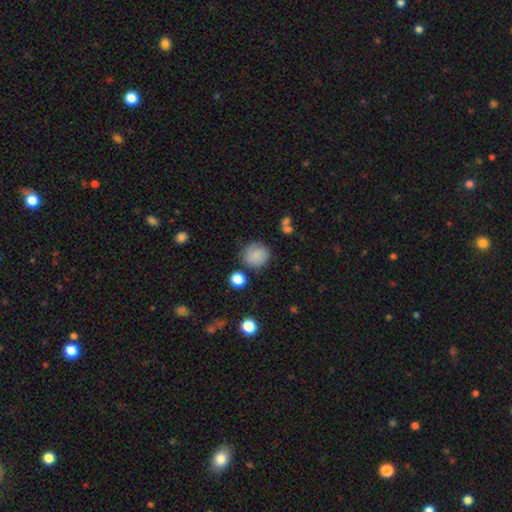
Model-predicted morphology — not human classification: This is clearly a smooth galaxy (83%). How rounded: clearly round (90%). Merging: likely none (79%).